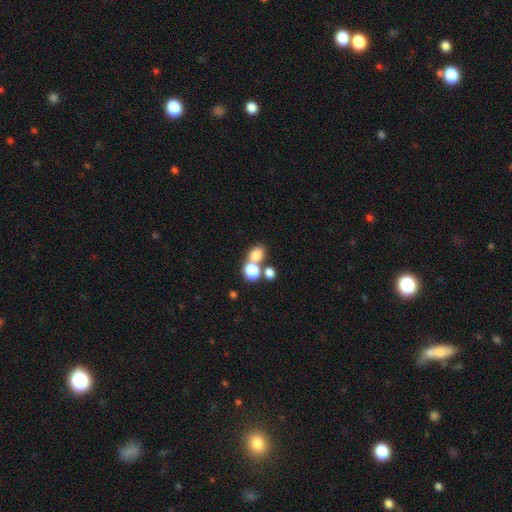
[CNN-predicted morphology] A smooth galaxy with no disk features (77%) that is round (53%). Merging: merger (46%).